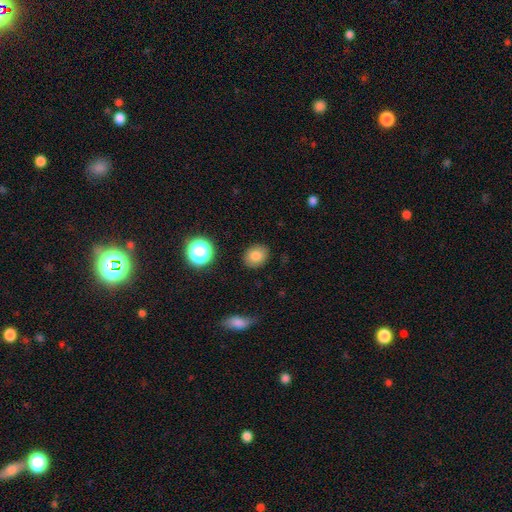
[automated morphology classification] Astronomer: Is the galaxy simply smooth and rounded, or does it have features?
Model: smooth — 81%.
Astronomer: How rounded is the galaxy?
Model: round — 58% (runner-up: in between, 41%).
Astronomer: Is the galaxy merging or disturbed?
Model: none — 86%.